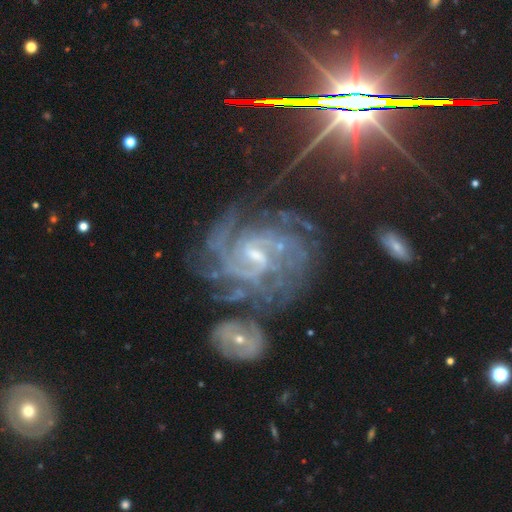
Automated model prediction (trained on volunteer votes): Smooth or featured? featured or disk (90%)
Edge-on disk? no (98%)
Bar? weak (56%)
Spiral arms? yes (97%)
Spiral winding? tight (51%)
Spiral arm count? 2 (24%, tied with can't tell)
Bulge size? small (57%)
Merging? none (43%)